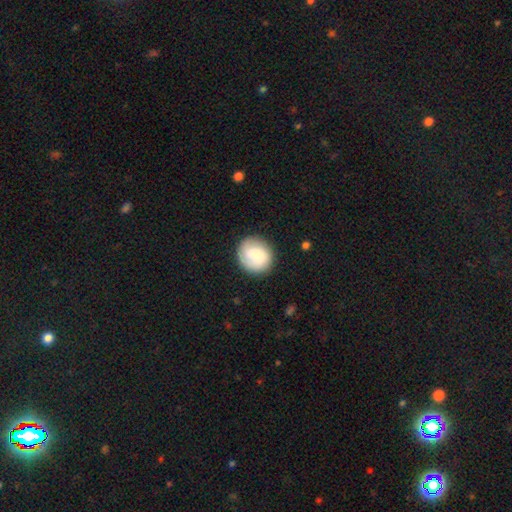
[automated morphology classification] Smooth or featured? smooth (78%)
How rounded? round (81%)
Merging? none (82%)